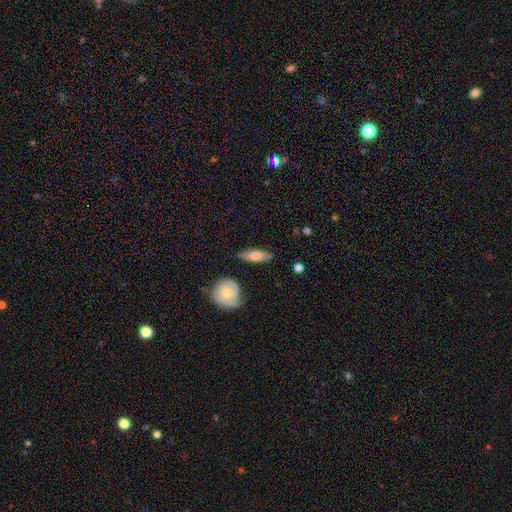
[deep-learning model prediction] Smooth or featured?
  - smooth: 67% *
  - featured or disk: 28%
  - star or artifact: 6%
How rounded?
  - in between: 53% *
  - cigar-shaped: 44%
  - round: 3%
Merging?
  - none: 80% *
  - minor disturbance: 15%
  - major disturbance: 3%
  - merger: 3%